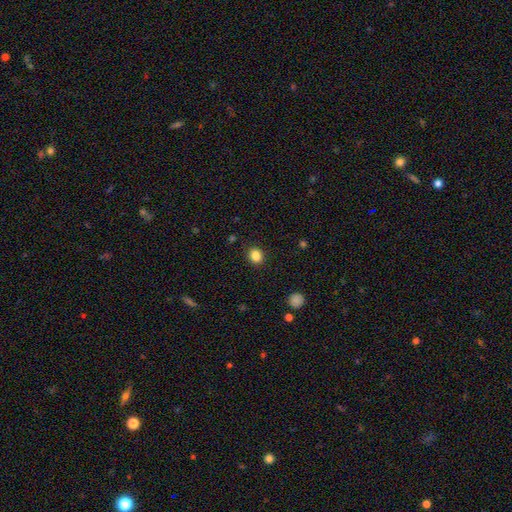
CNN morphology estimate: A smooth galaxy with no disk features (85%) that is round (71%). Merging: none (89%).